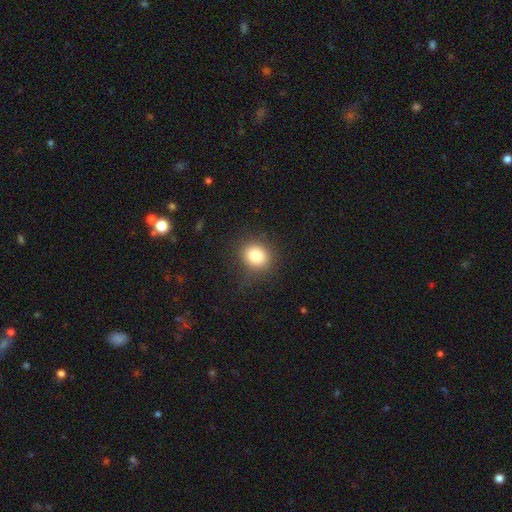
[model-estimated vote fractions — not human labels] smooth 83%, star or artifact 10%, featured or disk 6%. Down the decision tree: how rounded — round (74%); merging — none (84%).